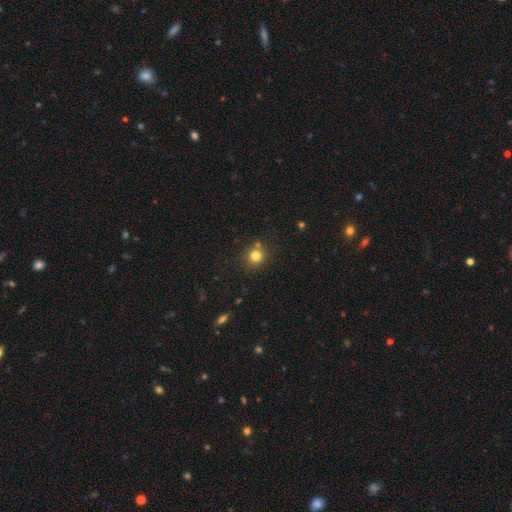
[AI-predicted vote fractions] This is likely a smooth galaxy (79%). How rounded: clearly round (87%). Merging: likely none (76%).